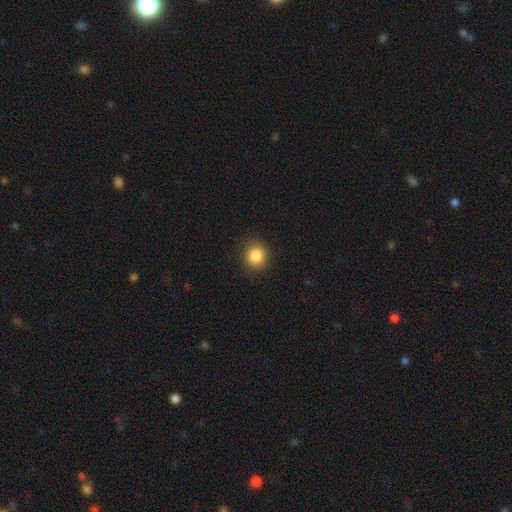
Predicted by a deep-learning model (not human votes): Smooth or featured? Predicted: smooth (p=0.86). How rounded? Predicted: round (p=0.88). Merging? Predicted: none (p=0.89).